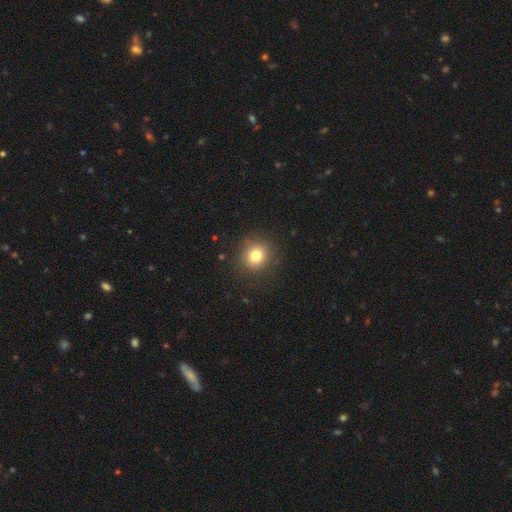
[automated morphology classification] Smooth or featured?
  - smooth: 79% *
  - star or artifact: 13%
  - featured or disk: 8%
How rounded?
  - round: 90% *
  - in between: 9%
  - cigar-shaped: 1%
Merging?
  - none: 88% *
  - minor disturbance: 8%
  - major disturbance: 3%
  - merger: 1%